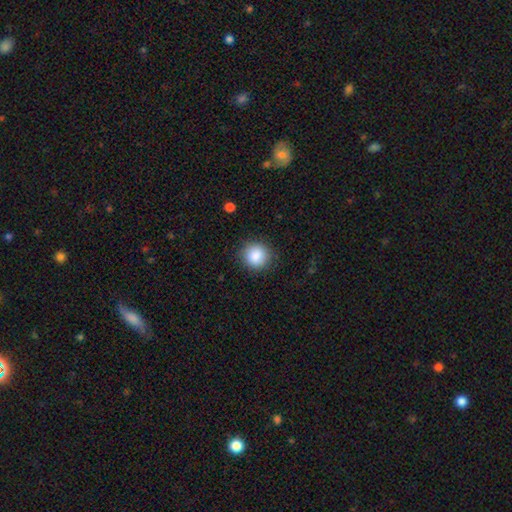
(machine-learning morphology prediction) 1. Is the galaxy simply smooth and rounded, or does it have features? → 87% smooth, 9% star or artifact, 4% featured or disk.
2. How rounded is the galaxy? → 91% round, 8% in between, 1% cigar-shaped.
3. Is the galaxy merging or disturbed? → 88% none, 8% minor disturbance, 2% major disturbance, 1% merger.